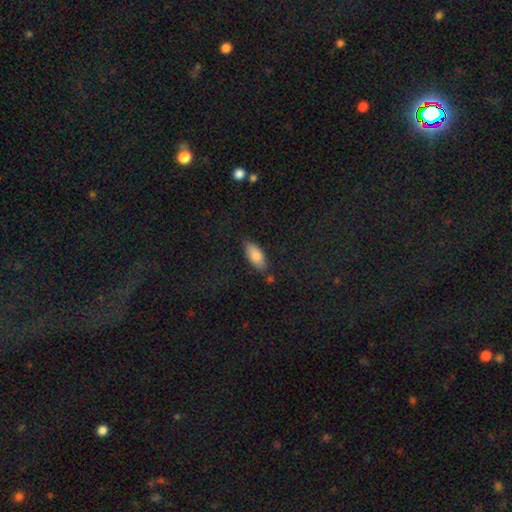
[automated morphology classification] smooth-or-featured: smooth: 80% | featured or disk: 13% | star or artifact: 7%
  how-rounded: in between: 84% | cigar-shaped: 14% | round: 2%
  merging: none: 78% | minor disturbance: 16% | major disturbance: 4% | merger: 3%